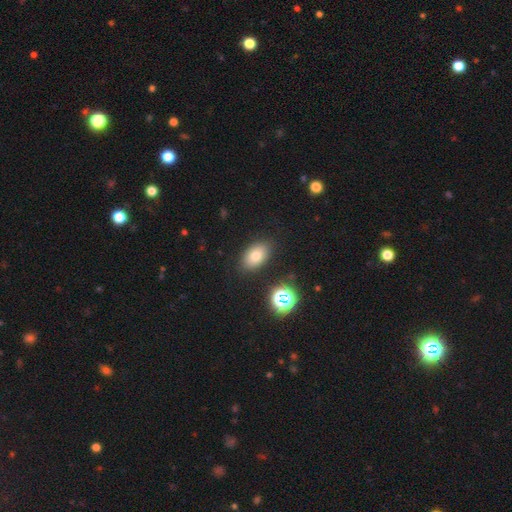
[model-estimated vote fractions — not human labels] Smooth or featured? smooth (74%)
How rounded? in between (88%)
Merging? none (85%)